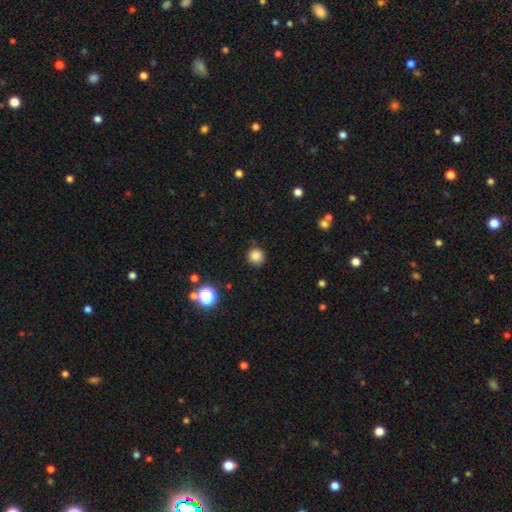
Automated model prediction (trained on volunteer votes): smooth 83%, star or artifact 13%, featured or disk 4%. Down the decision tree: how rounded — round (94%); merging — none (88%).